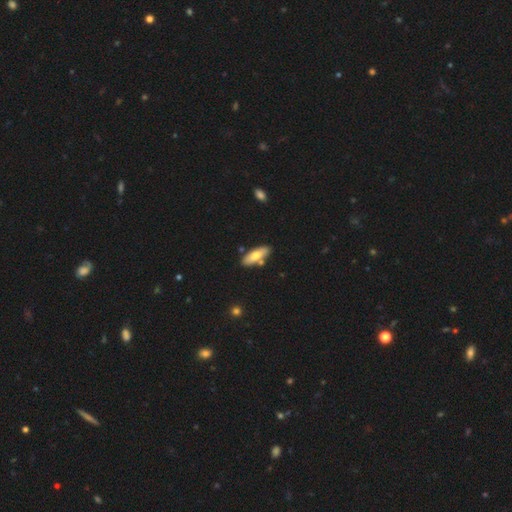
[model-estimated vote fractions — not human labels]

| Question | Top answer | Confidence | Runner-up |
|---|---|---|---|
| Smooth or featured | smooth | 68% | featured or disk (27%) |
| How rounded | in between | 63% | cigar-shaped (35%) |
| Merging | none | 78% | minor disturbance (12%) |